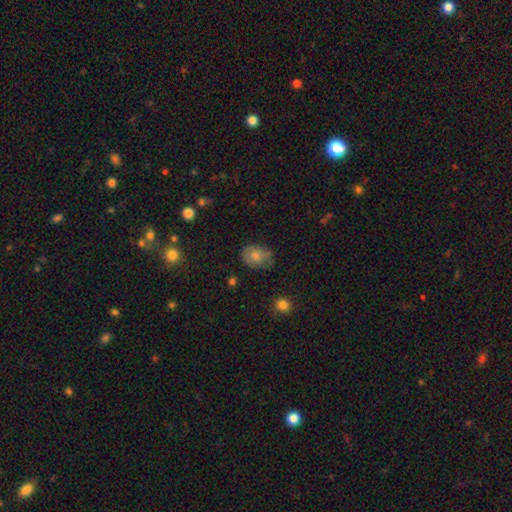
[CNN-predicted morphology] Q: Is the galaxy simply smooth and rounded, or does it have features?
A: smooth — 73%.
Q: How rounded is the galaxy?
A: in between — 62%.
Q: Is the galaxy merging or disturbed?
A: none — 61%.